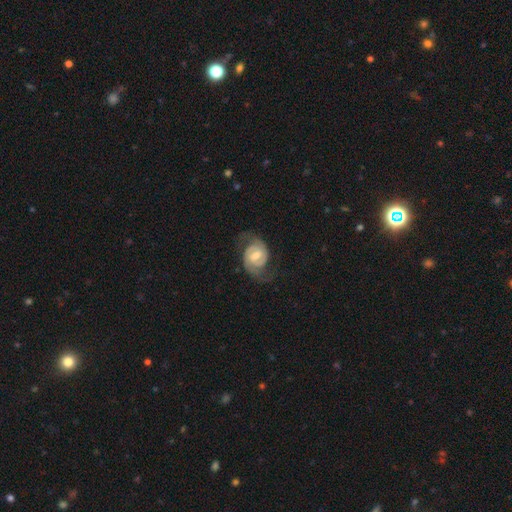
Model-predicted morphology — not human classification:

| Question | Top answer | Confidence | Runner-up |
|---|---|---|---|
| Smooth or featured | featured or disk | 83% | smooth (11%) |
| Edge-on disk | no | 97% | yes (3%) |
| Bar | weak | 55% | no (30%) |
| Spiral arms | yes | 96% | no (4%) |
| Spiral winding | medium | 45% | tight (34%) |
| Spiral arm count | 2 | 89% | can't tell (5%) |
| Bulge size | moderate | 56% | small (31%) |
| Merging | none | 69% | minor disturbance (17%) |